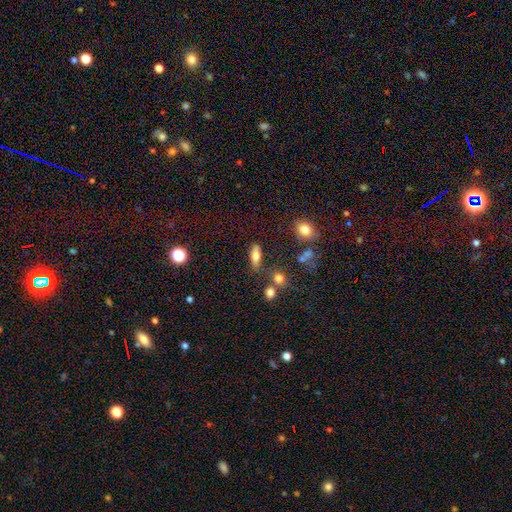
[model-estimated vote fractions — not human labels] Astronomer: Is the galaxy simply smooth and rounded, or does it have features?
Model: smooth — 71%.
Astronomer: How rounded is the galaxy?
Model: in between — 68%.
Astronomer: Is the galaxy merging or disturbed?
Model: none — 68%.